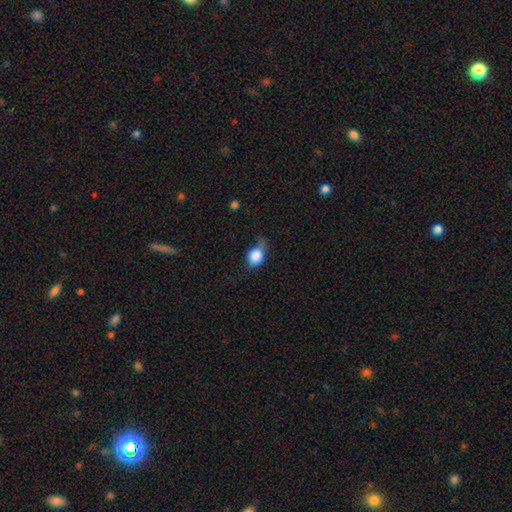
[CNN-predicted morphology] smooth_or_featured: smooth (p=0.84) [alt: star or artifact p=0.09]
how_rounded: round (p=0.57) [alt: in between p=0.42]
merging: none (p=0.38) [tied with: minor disturbance p=0.38]